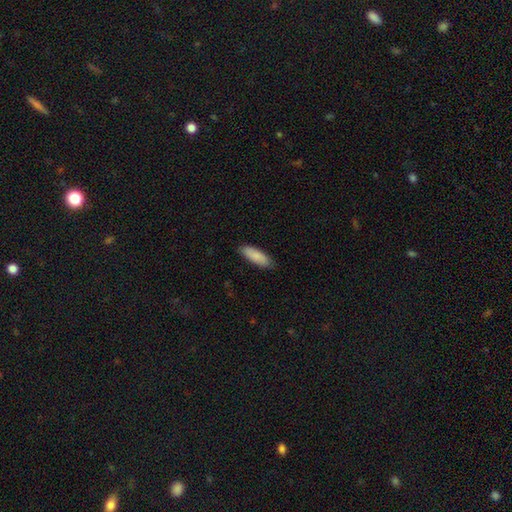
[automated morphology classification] Smooth or featured?
  - smooth: 87% *
  - featured or disk: 8%
  - star or artifact: 6%
How rounded?
  - in between: 59% *
  - cigar-shaped: 39%
  - round: 2%
Merging?
  - none: 86% *
  - minor disturbance: 11%
  - major disturbance: 2%
  - merger: 1%